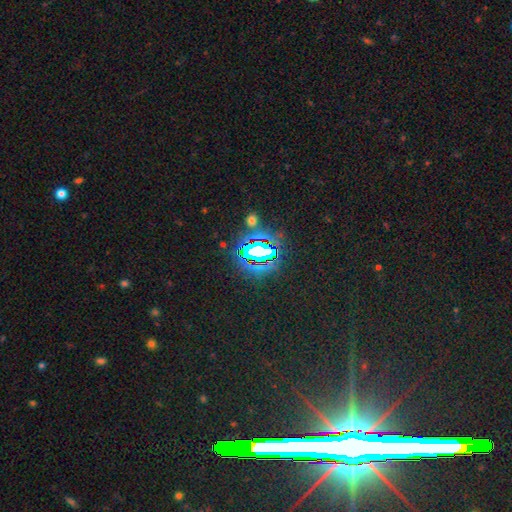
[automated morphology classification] smooth_or_featured: star or artifact (p=0.74) [alt: smooth p=0.16]